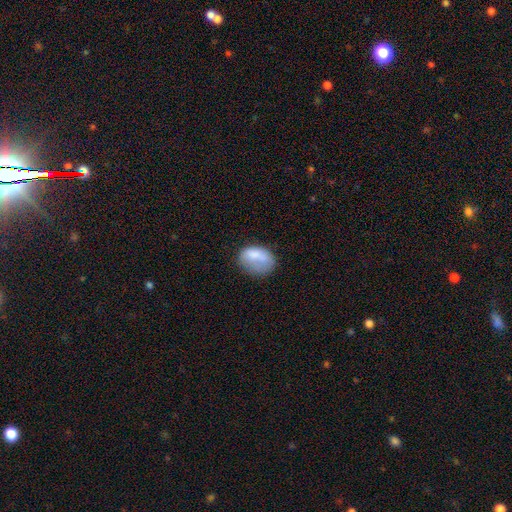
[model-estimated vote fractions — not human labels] Smooth or featured?
  - smooth: 73% *
  - featured or disk: 18%
  - star or artifact: 8%
How rounded?
  - in between: 73% *
  - round: 25%
  - cigar-shaped: 1%
Merging?
  - none: 42% *
  - minor disturbance: 30%
  - major disturbance: 23%
  - merger: 5%